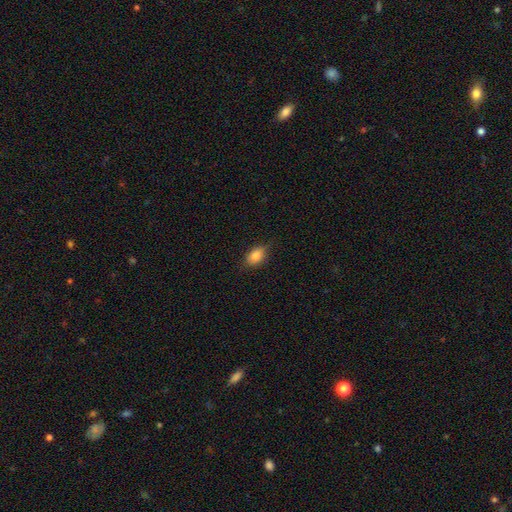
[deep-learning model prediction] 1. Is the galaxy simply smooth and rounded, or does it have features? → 83% smooth, 9% star or artifact, 8% featured or disk.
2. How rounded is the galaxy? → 77% in between, 21% round, 2% cigar-shaped.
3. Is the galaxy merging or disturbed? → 75% none, 21% minor disturbance, 4% major disturbance, 1% merger.